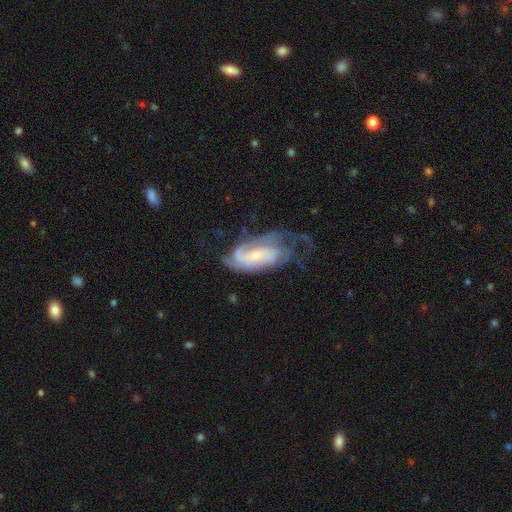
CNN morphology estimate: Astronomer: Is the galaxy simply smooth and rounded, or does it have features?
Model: featured or disk — 79%.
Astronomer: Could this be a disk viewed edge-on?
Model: no — 94%.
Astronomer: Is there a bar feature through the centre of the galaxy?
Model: no — 58%.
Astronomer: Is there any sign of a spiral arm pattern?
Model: yes — 93%.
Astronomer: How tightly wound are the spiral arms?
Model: tight — 51% (runner-up: medium, 36%).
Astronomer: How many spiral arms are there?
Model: can't tell — 35% (runner-up: 2, 33%).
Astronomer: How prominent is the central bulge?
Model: small — 60%.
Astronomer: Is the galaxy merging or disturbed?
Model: none — 45% (runner-up: major disturbance, 27%).